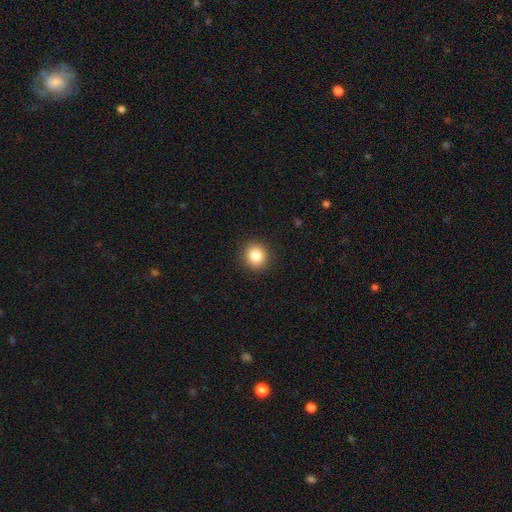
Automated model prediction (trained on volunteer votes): Smooth or featured: smooth — 84% (star or artifact — 10%)
How rounded: round — 87% (in between — 12%)
Merging: none — 92% (minor disturbance — 6%)